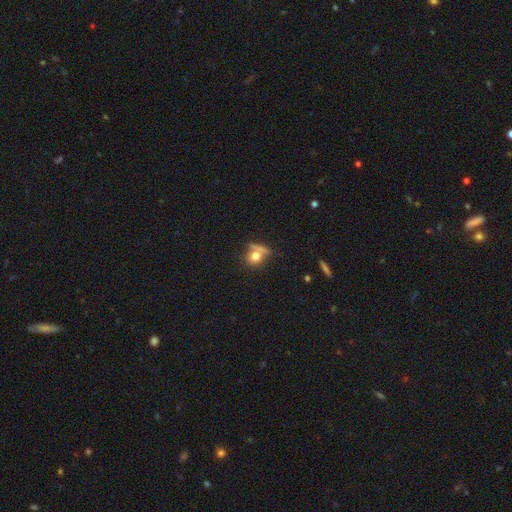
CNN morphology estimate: smooth-or-featured: smooth: 74% | featured or disk: 15% | star or artifact: 11%
  how-rounded: round: 71% | in between: 26% | cigar-shaped: 3%
  merging: none: 47% | merger: 28% | minor disturbance: 15% | major disturbance: 11%